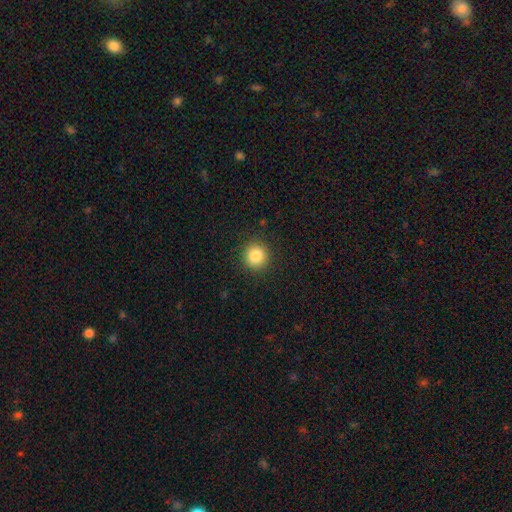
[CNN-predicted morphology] Overall: smooth (85%). How rounded: round (93%). Merging: none (91%).